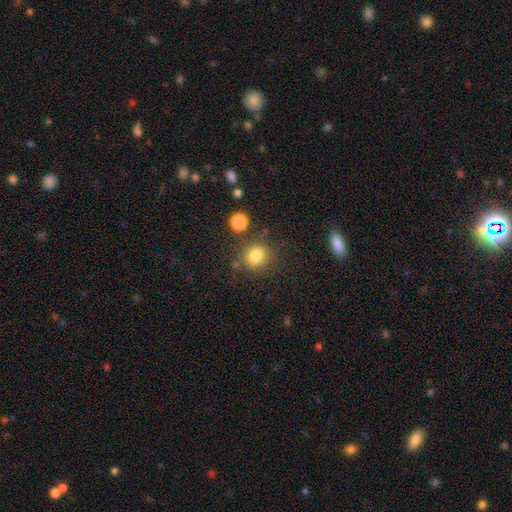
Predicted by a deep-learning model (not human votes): Smooth or featured: smooth — 81% (star or artifact — 12%)
How rounded: round — 84% (in between — 16%)
Merging: none — 77% (minor disturbance — 12%)